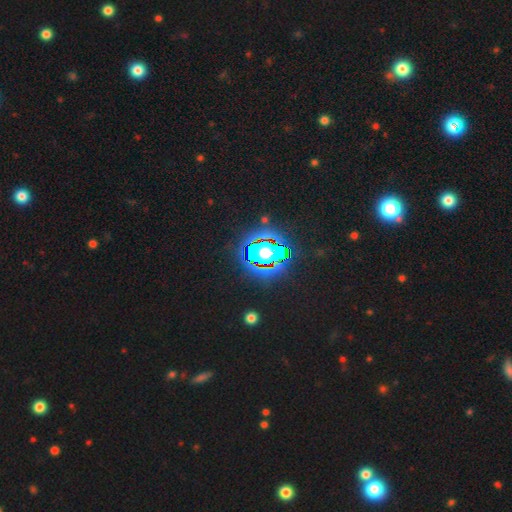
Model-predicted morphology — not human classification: Smooth or featured? star or artifact (81%)